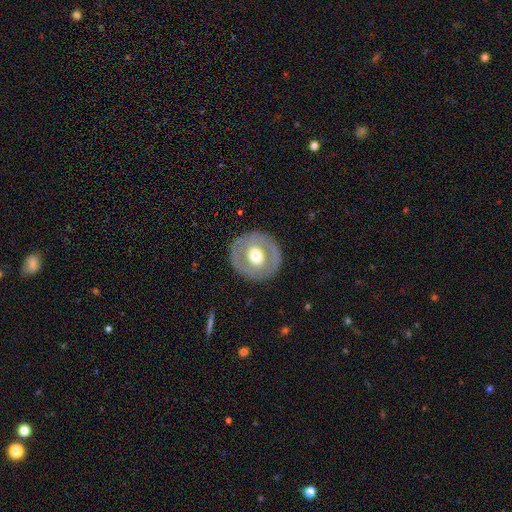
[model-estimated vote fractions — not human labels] Morphology: type=featured or disk (50%); edge-on=no (95%); merging=none (85%).